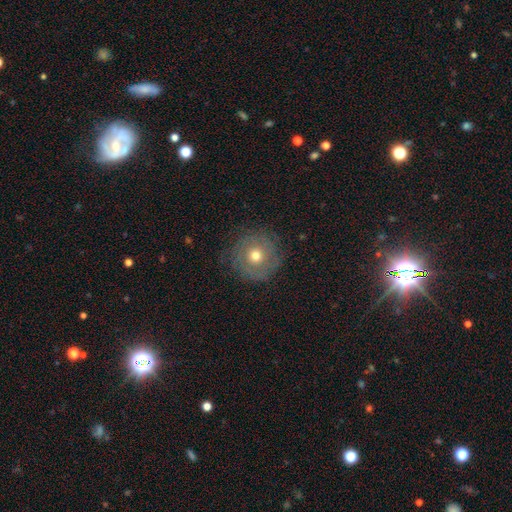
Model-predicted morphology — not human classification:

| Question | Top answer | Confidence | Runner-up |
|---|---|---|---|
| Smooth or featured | smooth | 50% | featured or disk (39%) |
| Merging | none | 80% | minor disturbance (13%) |